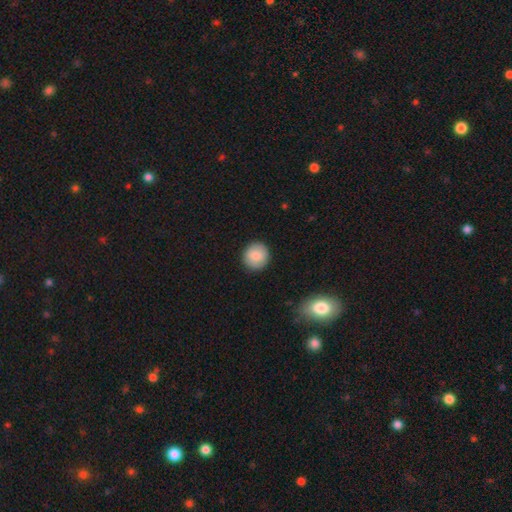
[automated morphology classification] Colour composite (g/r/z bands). It shows a smooth galaxy with no disk features (86%) that is round (90%). Merging: none (90%).